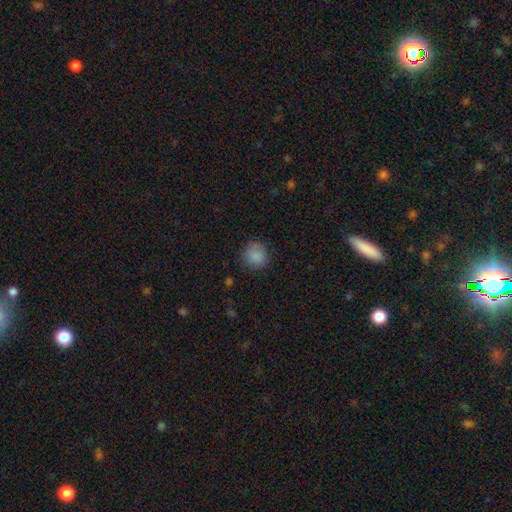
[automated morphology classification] Smooth or featured? Predicted: smooth (p=0.85). How rounded? Predicted: round (p=0.88). Merging? Predicted: none (p=0.80).